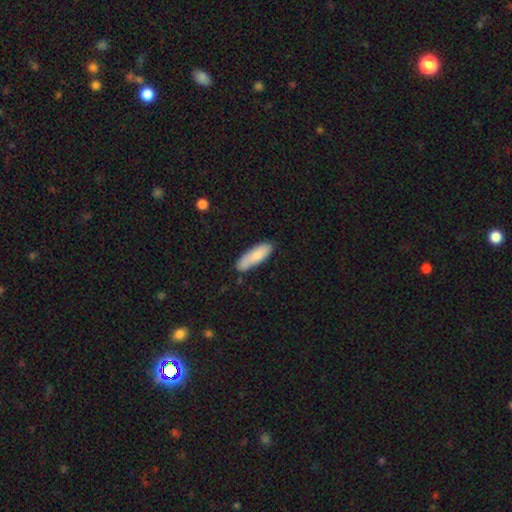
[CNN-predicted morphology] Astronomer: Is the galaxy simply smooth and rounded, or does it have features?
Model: smooth — 82%.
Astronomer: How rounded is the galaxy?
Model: in between — 51% (runner-up: cigar-shaped, 47%).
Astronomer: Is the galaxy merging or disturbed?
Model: none — 76%.